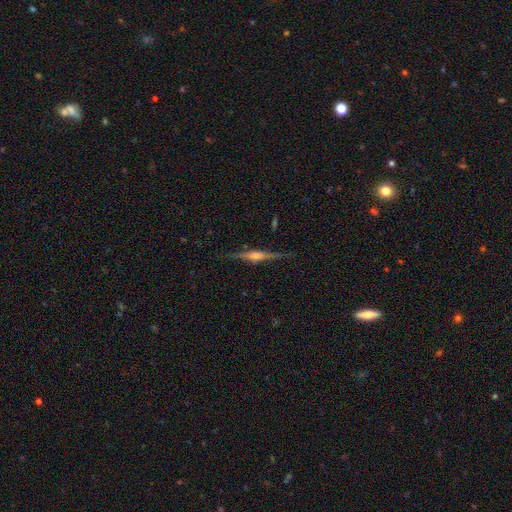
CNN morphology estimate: featured or disk 75%, smooth 17%, star or artifact 7%. Down the decision tree: edge-on disk — yes (98%); edge-on bulge — rounded (70%); merging — none (86%).